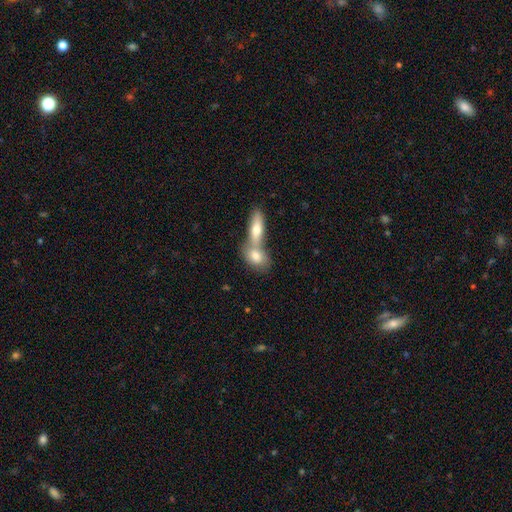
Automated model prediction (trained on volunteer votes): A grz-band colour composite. It shows a smooth galaxy with no disk features (76%) that is in between round and cigar-shaped (72%). Merging: merger (61%).